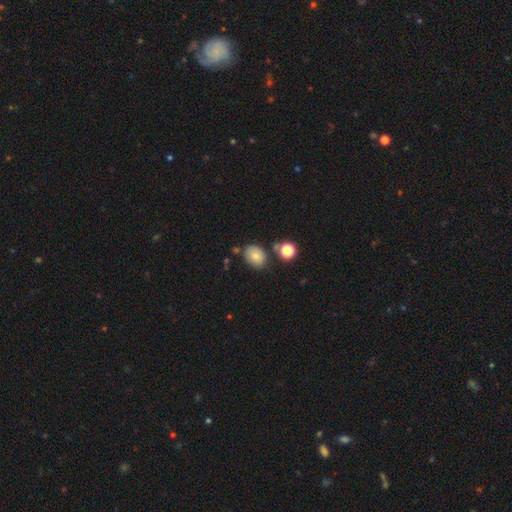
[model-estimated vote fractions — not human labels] Morphology: type=smooth (79%); roundness=in between (56%); merging=none (72%).